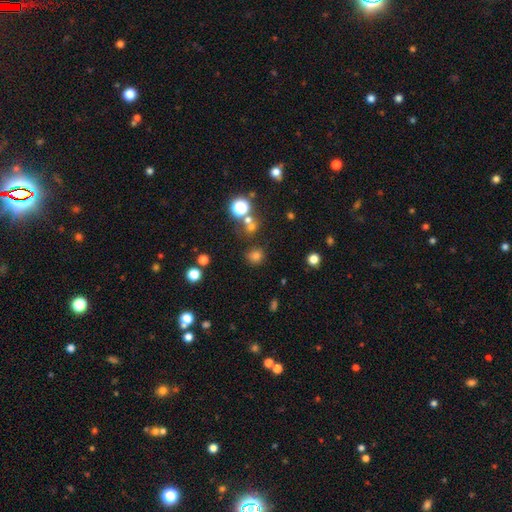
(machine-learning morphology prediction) smooth 72%, star or artifact 22%, featured or disk 6%. Down the decision tree: how rounded — round (90%); merging — none (78%).